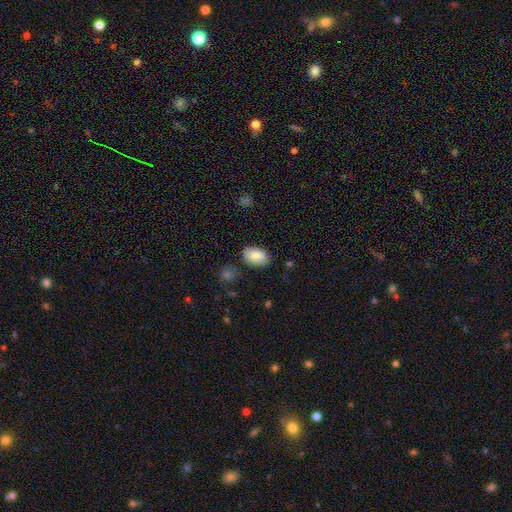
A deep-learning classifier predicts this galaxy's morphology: Q: Smooth or featured?
A: smooth (83%); runner-up: featured or disk (10%)
Q: How rounded?
A: in between (89%); runner-up: round (10%)
Q: Merging?
A: none (79%); runner-up: minor disturbance (15%)